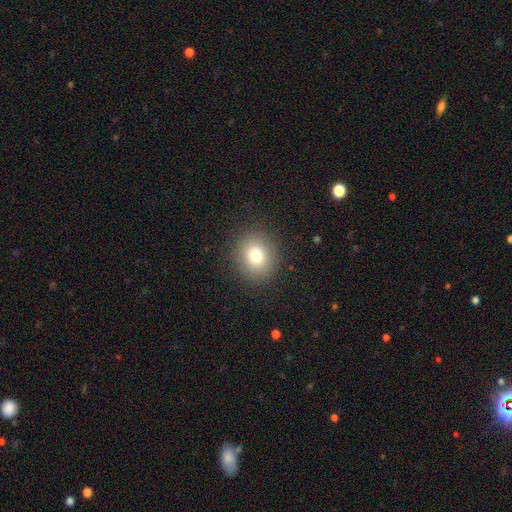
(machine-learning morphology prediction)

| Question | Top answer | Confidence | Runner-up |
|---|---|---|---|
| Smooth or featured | smooth | 78% | star or artifact (13%) |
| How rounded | round | 78% | in between (21%) |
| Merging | none | 89% | minor disturbance (7%) |